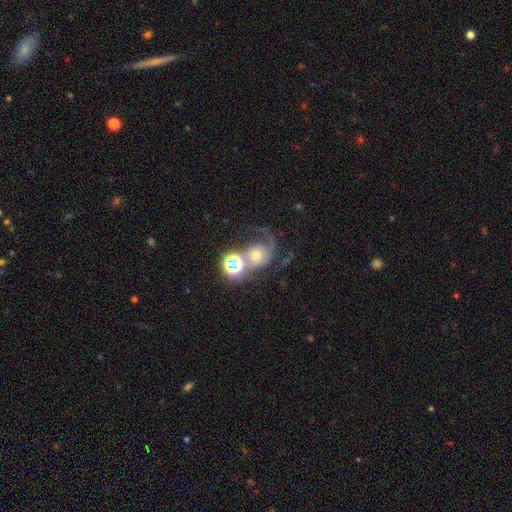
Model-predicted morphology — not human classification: Q: Smooth or featured?
A: featured or disk (58%); runner-up: smooth (24%)
Q: Edge-on disk?
A: no (97%); runner-up: yes (3%)
Q: Bar?
A: no (72%); runner-up: weak (22%)
Q: Spiral arms?
A: yes (84%); runner-up: no (16%)
Q: Bulge size?
A: moderate (49%); runner-up: small (26%)
Q: Merging?
A: merger (35%); runner-up: major disturbance (28%)